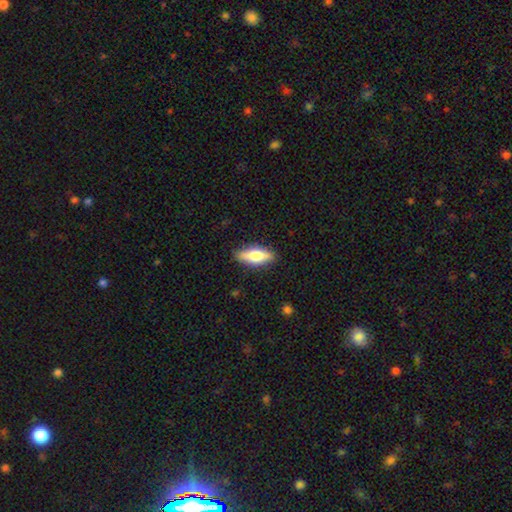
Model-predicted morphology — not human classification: smooth-or-featured: smooth: 57% | featured or disk: 37% | star or artifact: 6%
  how-rounded: in between: 61% | cigar-shaped: 36% | round: 3%
  merging: none: 87% | minor disturbance: 10% | major disturbance: 2% | merger: 1%